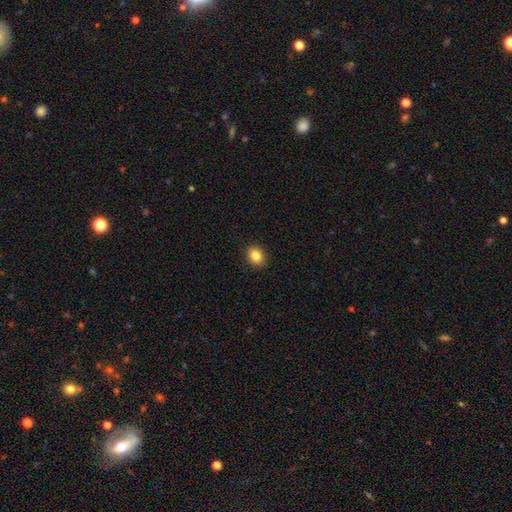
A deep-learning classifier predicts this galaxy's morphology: smooth_or_featured: smooth (p=0.85) [alt: star or artifact p=0.10]
how_rounded: in between (p=0.52) [alt: round p=0.47]
merging: none (p=0.91) [alt: minor disturbance p=0.06]